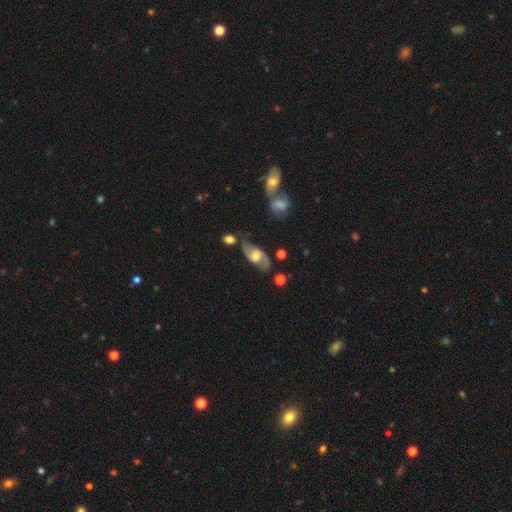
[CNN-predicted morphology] Q: Smooth or featured?
A: featured or disk (73%); runner-up: smooth (21%)
Q: Edge-on disk?
A: no (92%); runner-up: yes (8%)
Q: Bar?
A: weak (45%); runner-up: no (43%)
Q: Spiral arms?
A: yes (89%); runner-up: no (11%)
Q: Spiral winding?
A: medium (45%); runner-up: loose (40%)
Q: Spiral arm count?
A: 2 (89%); runner-up: can't tell (6%)
Q: Bulge size?
A: moderate (48%); runner-up: large (25%)
Q: Merging?
A: none (69%); runner-up: minor disturbance (18%)